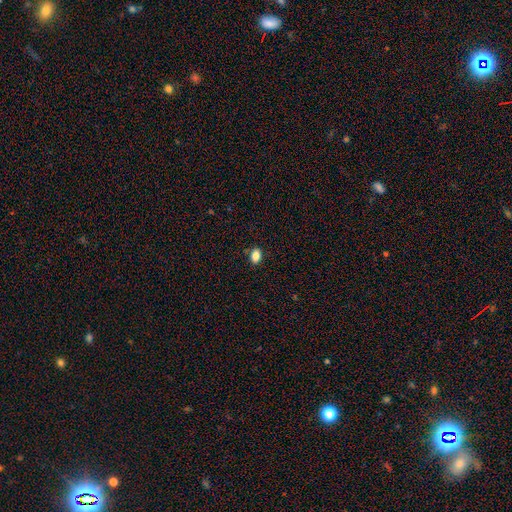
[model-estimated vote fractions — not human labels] Smooth or featured? smooth (85%)
How rounded? in between (83%)
Merging? none (86%)